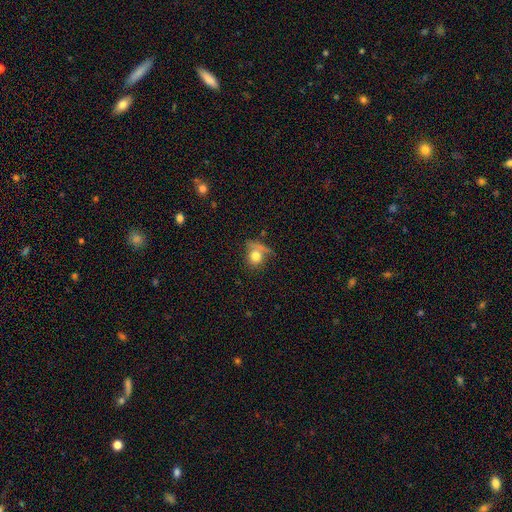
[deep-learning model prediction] Smooth or featured?
  - smooth: 74% *
  - featured or disk: 15%
  - star or artifact: 11%
How rounded?
  - round: 77% *
  - in between: 20%
  - cigar-shaped: 2%
Merging?
  - none: 48% *
  - minor disturbance: 19%
  - major disturbance: 18%
  - merger: 15%